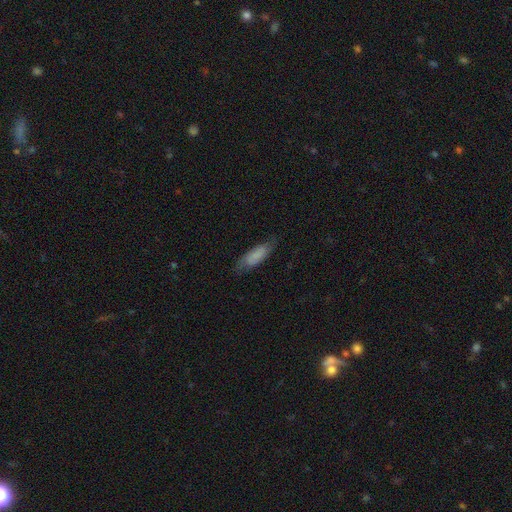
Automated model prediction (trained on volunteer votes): Smooth or featured? smooth (70%)
How rounded? in between (61%)
Merging? none (71%)